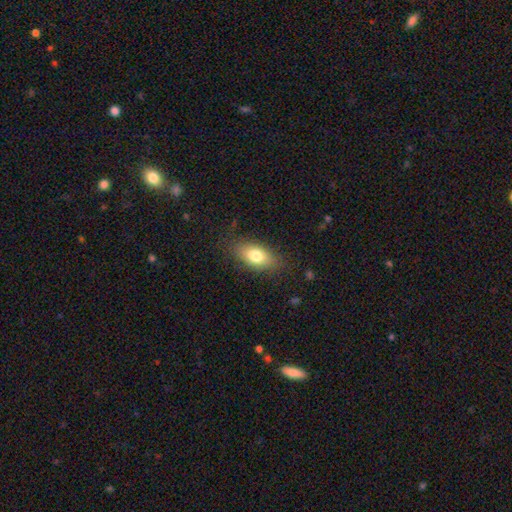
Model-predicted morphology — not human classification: type=smooth (77%); roundness=in between (86%); merging=none (82%).